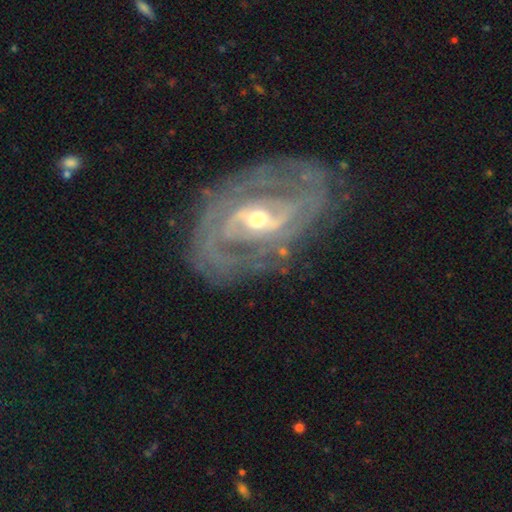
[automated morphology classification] This is clearly a featured or disk galaxy (90%). It is clearly not viewed edge-on (95%). Bar: marginally weak (41%). Spiral arm pattern: clearly yes (94%). Spiral arm count: marginally 2 (45%). Spiral winding: likely tight (65%). Central bulge: possibly moderate (52%). Merging: likely none (76%).